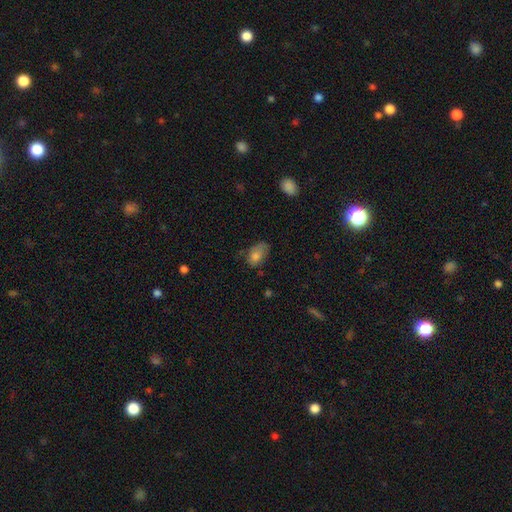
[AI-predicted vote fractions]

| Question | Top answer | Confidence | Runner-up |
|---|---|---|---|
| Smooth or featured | smooth | 77% | featured or disk (13%) |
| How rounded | in between | 88% | round (10%) |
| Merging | none | 50% | minor disturbance (34%) |